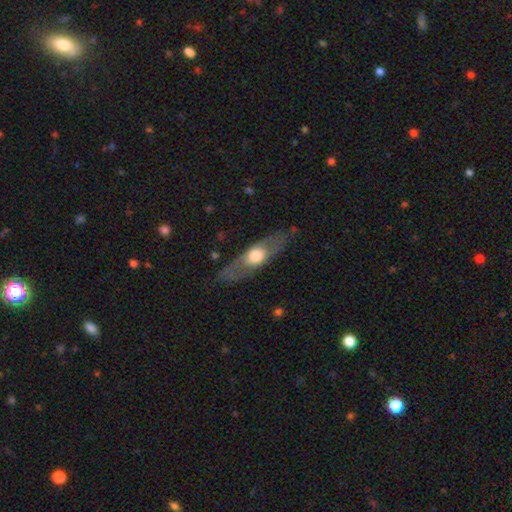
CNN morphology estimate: Q: Smooth or featured?
A: featured or disk (52%); runner-up: smooth (43%)
Q: Edge-on disk?
A: yes (59%); runner-up: no (41%)
Q: Merging?
A: none (78%); runner-up: minor disturbance (14%)